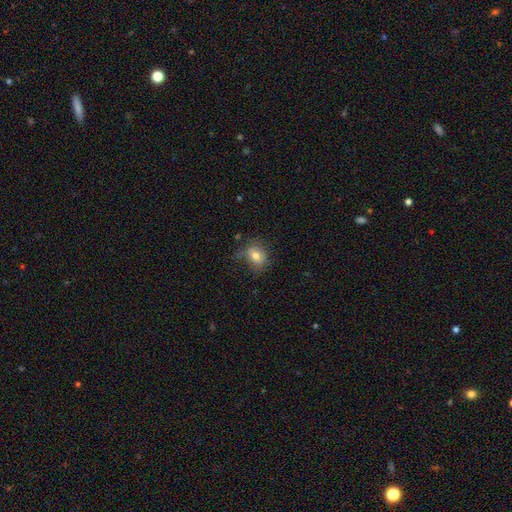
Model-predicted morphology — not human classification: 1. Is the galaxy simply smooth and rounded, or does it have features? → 72% smooth, 18% featured or disk, 10% star or artifact.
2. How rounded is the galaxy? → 51% round, 48% in between, 1% cigar-shaped.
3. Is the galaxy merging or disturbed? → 58% none, 27% minor disturbance, 12% major disturbance, 2% merger.